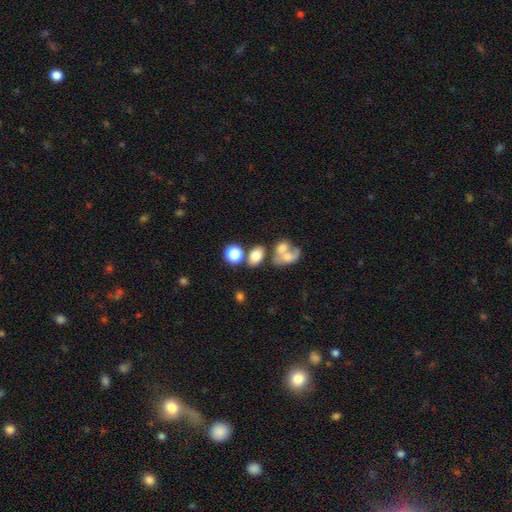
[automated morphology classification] Smooth or featured?
  - smooth: 74% *
  - featured or disk: 13%
  - star or artifact: 12%
How rounded?
  - in between: 77% *
  - round: 21%
  - cigar-shaped: 2%
Merging?
  - none: 54% *
  - merger: 29%
  - minor disturbance: 12%
  - major disturbance: 6%